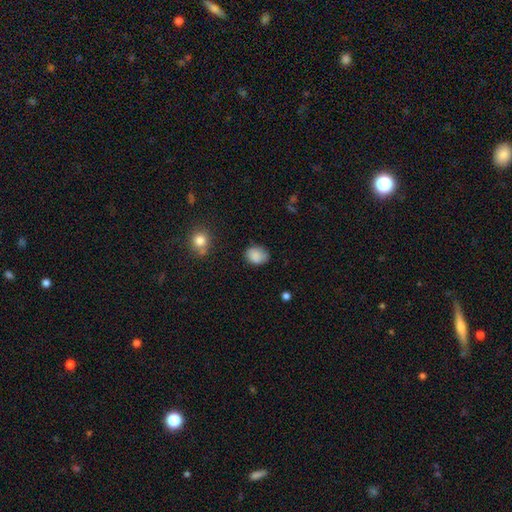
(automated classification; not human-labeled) Overall: smooth (85%). How rounded: in between (54%; round 45%). Merging: none (69%).